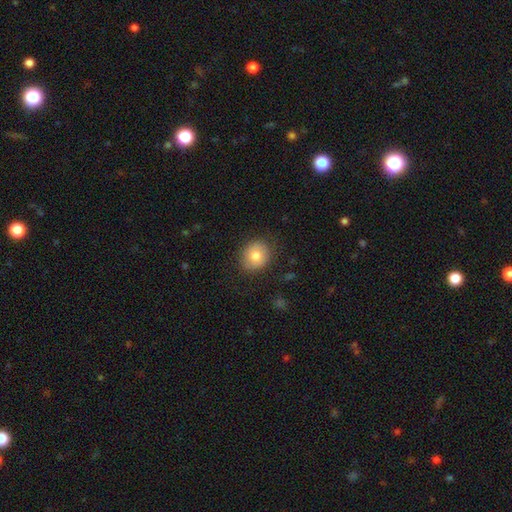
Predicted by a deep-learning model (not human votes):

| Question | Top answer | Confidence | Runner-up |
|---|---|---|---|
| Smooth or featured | smooth | 78% | featured or disk (13%) |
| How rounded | round | 71% | in between (28%) |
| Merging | none | 84% | minor disturbance (11%) |